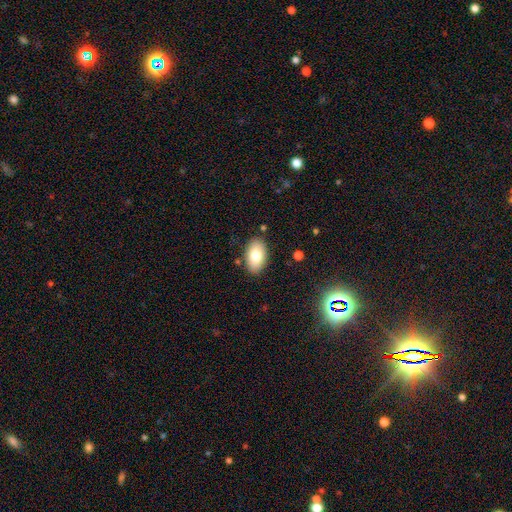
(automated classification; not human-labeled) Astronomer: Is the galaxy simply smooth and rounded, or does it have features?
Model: smooth — 78%.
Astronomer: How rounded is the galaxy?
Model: in between — 94%.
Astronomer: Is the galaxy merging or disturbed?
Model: none — 86%.